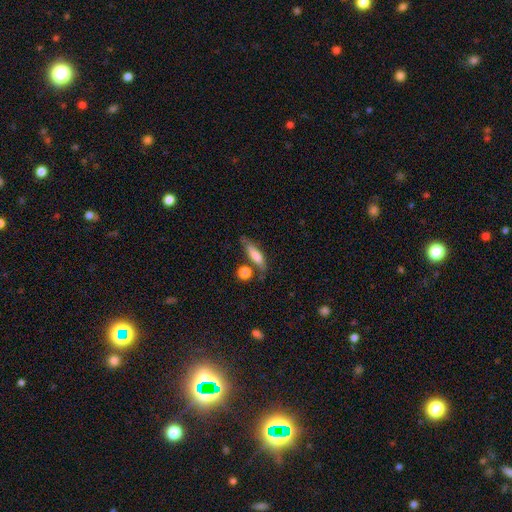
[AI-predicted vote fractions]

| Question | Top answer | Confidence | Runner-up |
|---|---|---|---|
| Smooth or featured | smooth | 72% | featured or disk (20%) |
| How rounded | cigar-shaped | 60% | in between (35%) |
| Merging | none | 62% | minor disturbance (19%) |